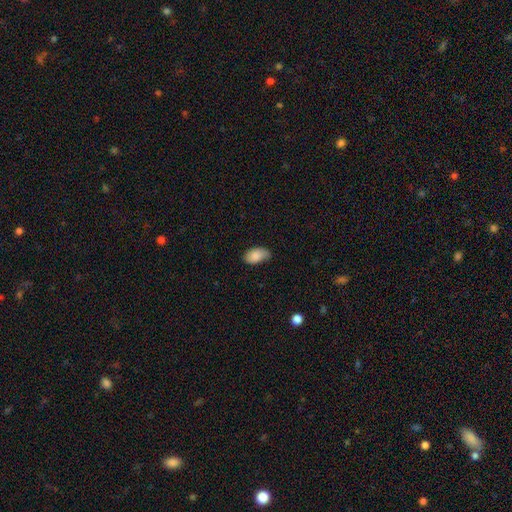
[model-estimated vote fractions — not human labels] Smooth or featured? Predicted: smooth (p=0.84). How rounded? Predicted: in between (p=0.94). Merging? Predicted: none (p=0.68).